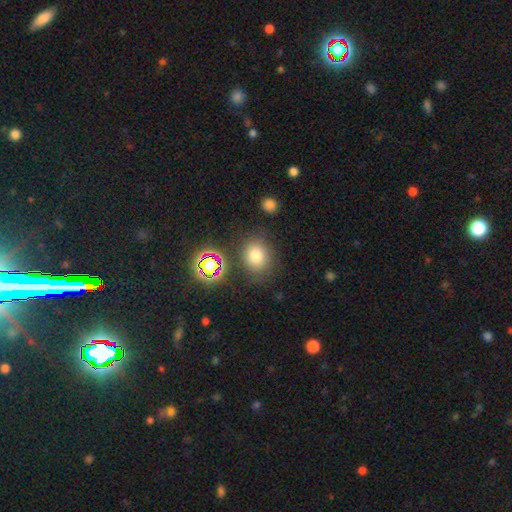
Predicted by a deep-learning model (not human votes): A smooth galaxy with no disk features (75%) that is round (59%).

Vote fractions:
- Smooth or featured? smooth: 75% / star or artifact: 16% / featured or disk: 8%
- How rounded? round: 59% / in between: 40% / cigar-shaped: 1%
- Merging? none: 79% / minor disturbance: 12% / merger: 4% / major disturbance: 4%